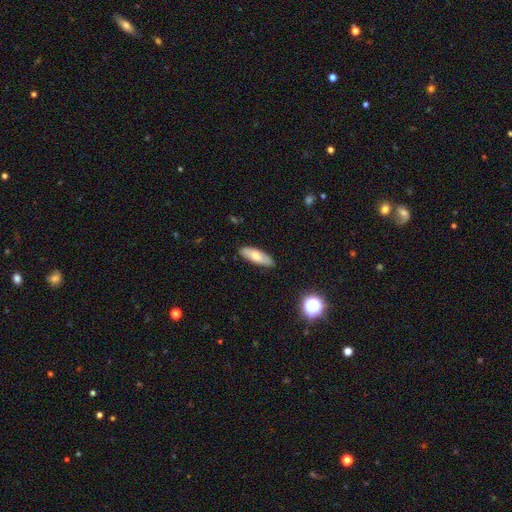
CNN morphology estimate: A smooth galaxy with no disk features (66%) that is in between round and cigar-shaped (61%).

Vote fractions:
- Smooth or featured? smooth: 66% / featured or disk: 27% / star or artifact: 7%
- How rounded? in between: 61% / cigar-shaped: 36% / round: 3%
- Merging? none: 86% / minor disturbance: 11% / major disturbance: 2% / merger: 1%